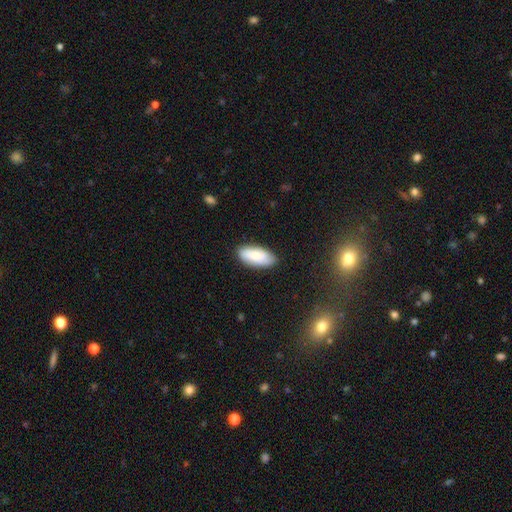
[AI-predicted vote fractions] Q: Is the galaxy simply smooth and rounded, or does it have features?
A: smooth — 79%.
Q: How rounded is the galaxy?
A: in between — 89%.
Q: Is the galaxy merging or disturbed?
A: none — 84%.